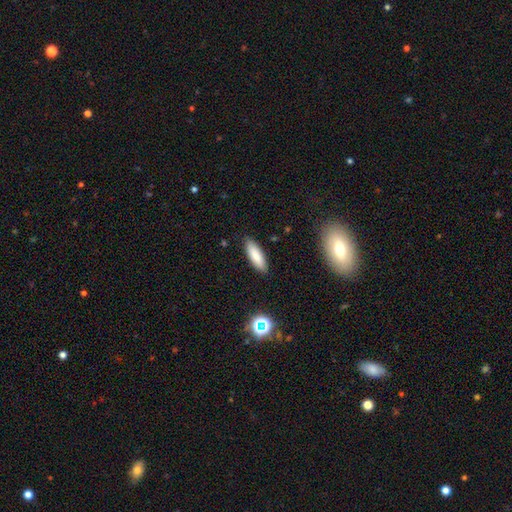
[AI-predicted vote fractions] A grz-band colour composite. It shows a smooth galaxy with no disk features (84%) that is in between round and cigar-shaped (56%). Merging: none (88%).